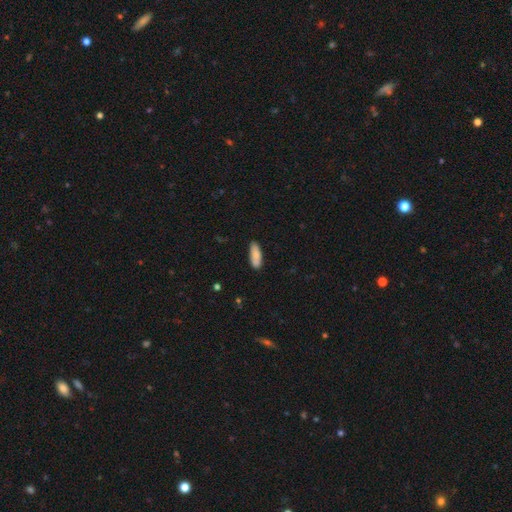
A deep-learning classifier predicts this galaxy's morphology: Smooth or featured?
  - smooth: 78% *
  - featured or disk: 16%
  - star or artifact: 6%
How rounded?
  - in between: 63% *
  - cigar-shaped: 35%
  - round: 2%
Merging?
  - none: 79% *
  - minor disturbance: 15%
  - merger: 4%
  - major disturbance: 3%